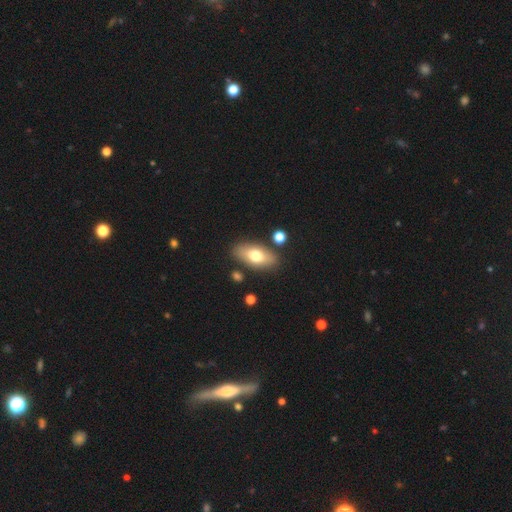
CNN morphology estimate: Smooth or featured? smooth (69%)
How rounded? in between (87%)
Merging? none (82%)